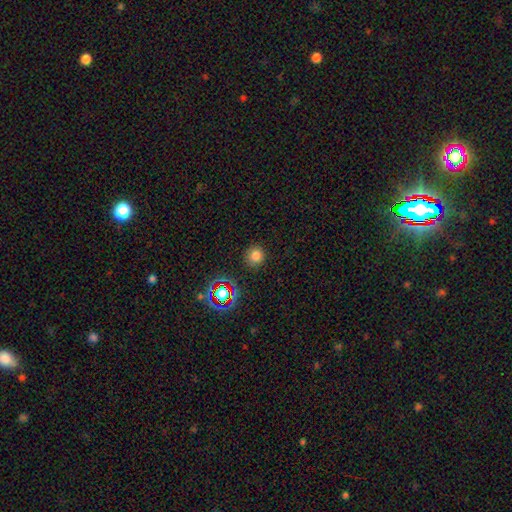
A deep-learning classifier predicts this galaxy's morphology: The model was most divided on "smooth or featured": smooth: 77%, star or artifact: 17%, featured or disk: 6%. More confident: how rounded — round (90%); merging — none (89%).